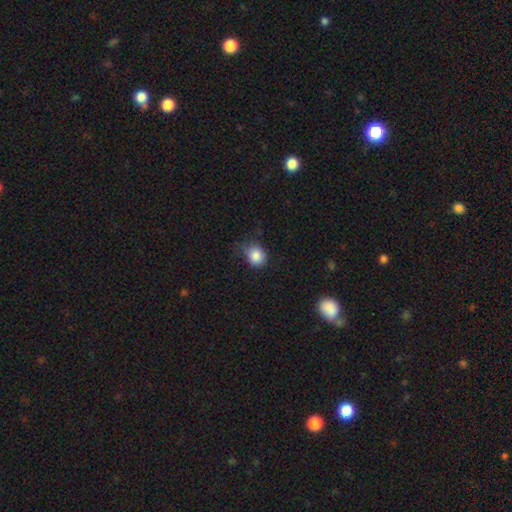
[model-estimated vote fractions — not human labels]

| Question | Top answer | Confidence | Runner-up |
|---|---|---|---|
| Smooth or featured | smooth | 85% | star or artifact (10%) |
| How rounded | round | 66% | in between (33%) |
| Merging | none | 56% | minor disturbance (33%) |